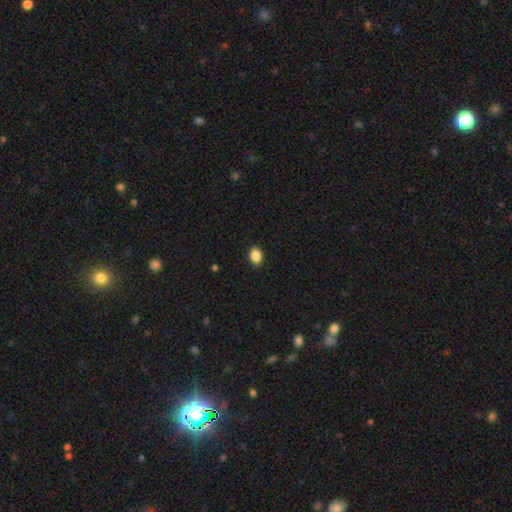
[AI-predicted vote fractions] Smooth or featured? Predicted: smooth (p=0.88). How rounded? Predicted: in between (p=0.68). Merging? Predicted: none (p=0.90).